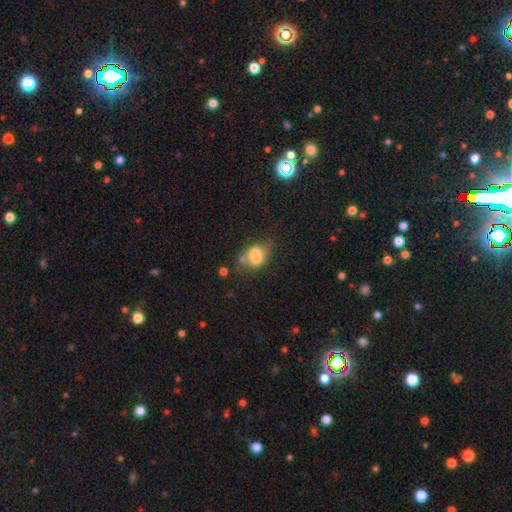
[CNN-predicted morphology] Smooth or featured: smooth — 60% (featured or disk — 29%)
How rounded: in between — 66% (round — 32%)
Merging: merger — 47% (none — 31%)